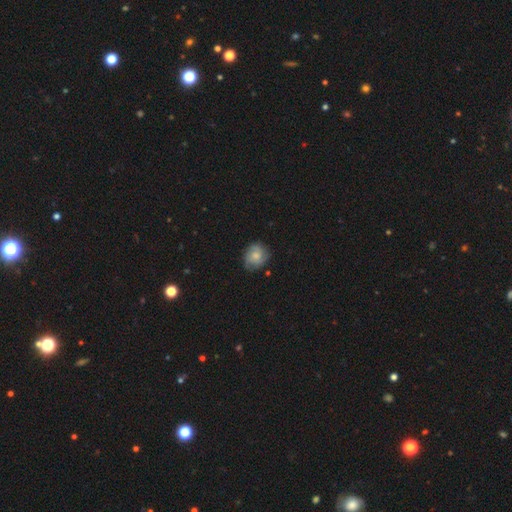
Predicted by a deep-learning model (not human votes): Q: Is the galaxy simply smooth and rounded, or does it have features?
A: smooth — 47%.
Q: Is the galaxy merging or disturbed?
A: none — 73%.